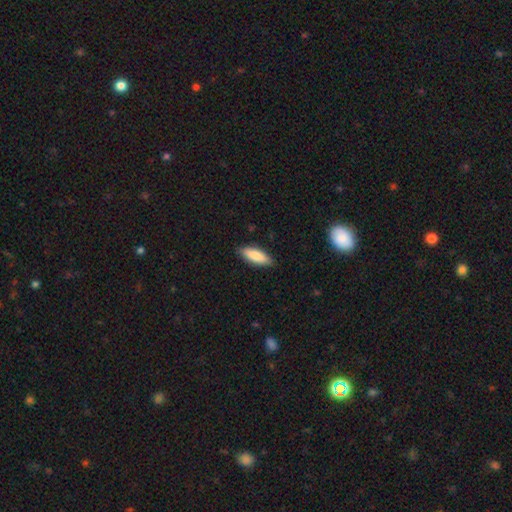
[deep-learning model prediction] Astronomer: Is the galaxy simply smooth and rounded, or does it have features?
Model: smooth — 84%.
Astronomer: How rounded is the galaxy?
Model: in between — 65%.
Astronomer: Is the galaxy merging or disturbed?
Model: none — 86%.